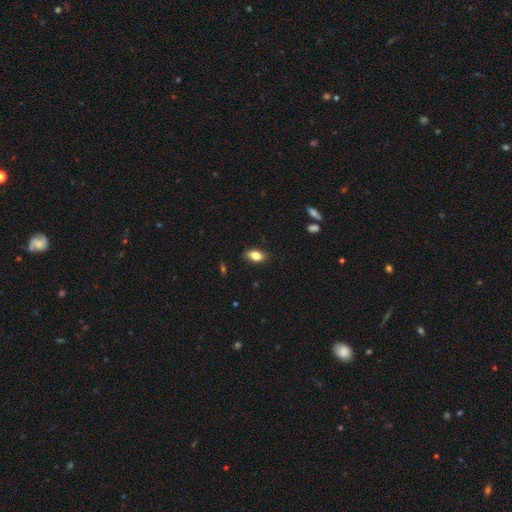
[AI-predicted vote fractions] Smooth or featured? smooth (82%)
How rounded? in between (88%)
Merging? none (84%)